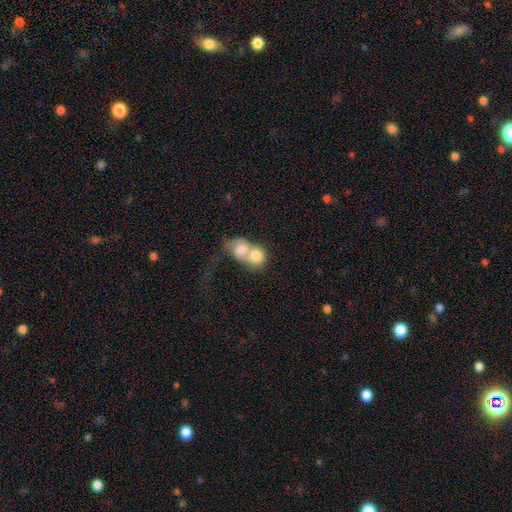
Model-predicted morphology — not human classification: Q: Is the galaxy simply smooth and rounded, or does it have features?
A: smooth — 70%.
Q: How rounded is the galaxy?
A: round — 64%.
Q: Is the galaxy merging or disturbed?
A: merger — 79%.